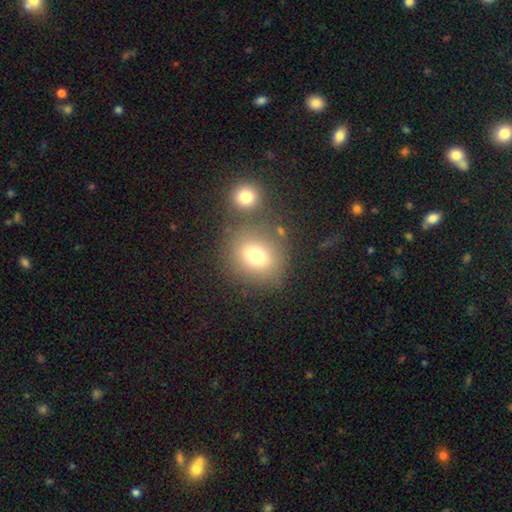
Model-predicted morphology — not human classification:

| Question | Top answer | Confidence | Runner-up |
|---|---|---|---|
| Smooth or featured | smooth | 75% | star or artifact (13%) |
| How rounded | round | 72% | in between (27%) |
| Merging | none | 66% | merger (19%) |